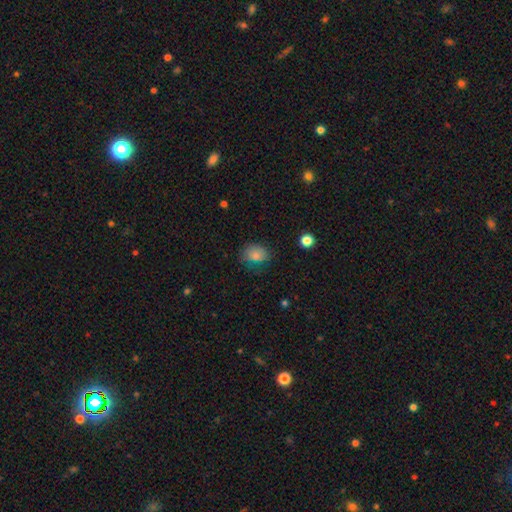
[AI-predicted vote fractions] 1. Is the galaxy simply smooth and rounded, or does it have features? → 82% smooth, 10% star or artifact, 8% featured or disk.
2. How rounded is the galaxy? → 60% in between, 39% round, 1% cigar-shaped.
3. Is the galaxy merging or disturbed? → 67% none, 23% minor disturbance, 8% major disturbance, 2% merger.